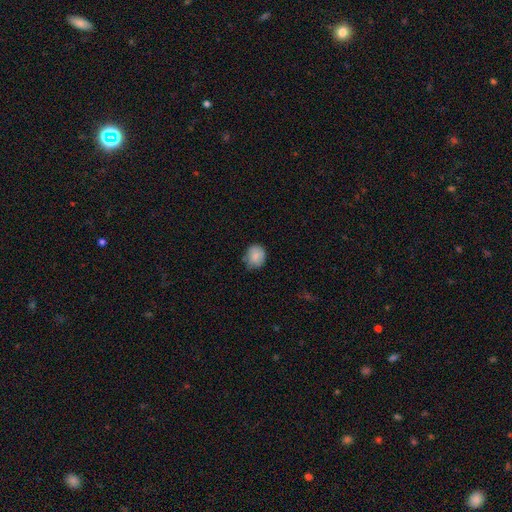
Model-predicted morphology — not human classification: Overall: smooth (83%). How rounded: round (71%). Merging: none (68%).